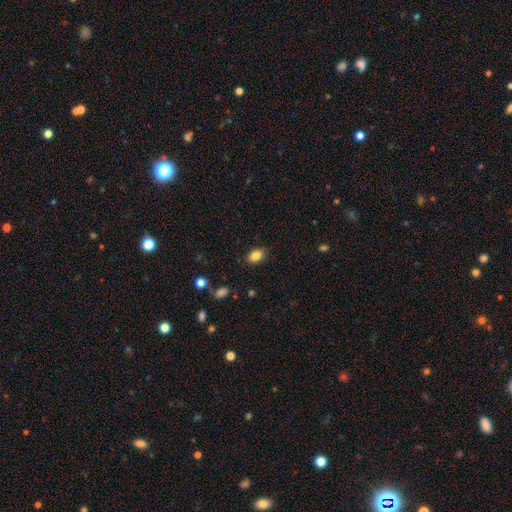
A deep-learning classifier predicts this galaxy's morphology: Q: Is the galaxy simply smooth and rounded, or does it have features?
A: smooth — 85%.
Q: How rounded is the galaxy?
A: in between — 80%.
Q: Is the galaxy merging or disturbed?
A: none — 85%.